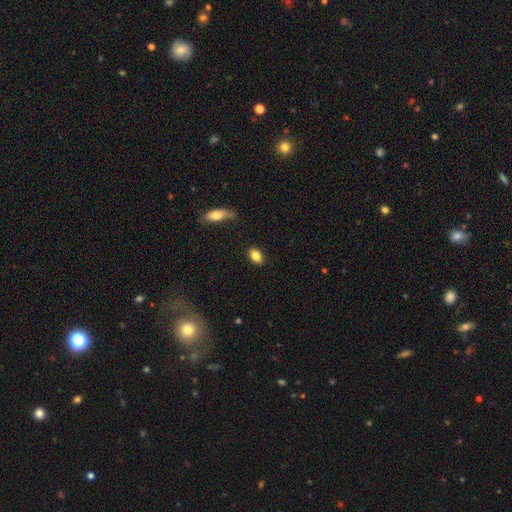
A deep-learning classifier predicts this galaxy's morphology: The model was most divided on "how rounded": in between: 77%, round: 20%, cigar-shaped: 2%. More confident: merging — none (87%); smooth or featured — smooth (84%).